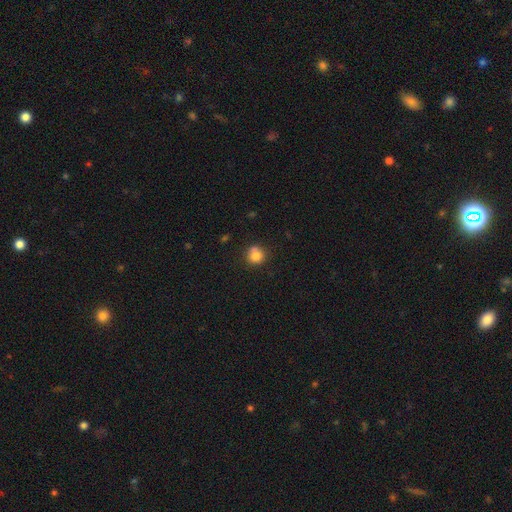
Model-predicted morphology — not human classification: smooth_or_featured: smooth (p=0.79) [alt: star or artifact p=0.11]
how_rounded: round (p=0.87) [alt: in between p=0.12]
merging: none (p=0.57) [alt: merger p=0.23]